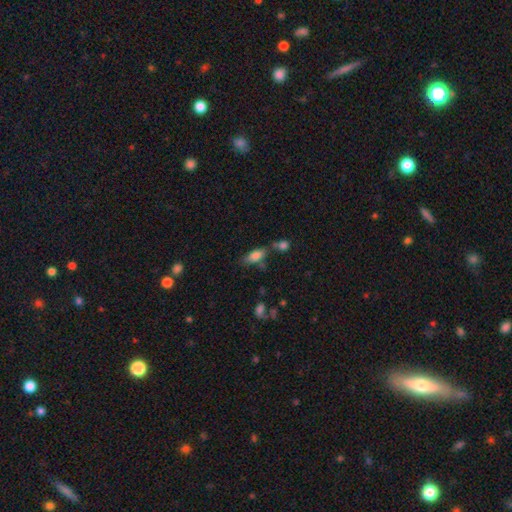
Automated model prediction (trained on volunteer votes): smooth-or-featured: smooth: 78% | featured or disk: 13% | star or artifact: 9%
  how-rounded: in between: 81% | cigar-shaped: 16% | round: 3%
  merging: none: 54% | merger: 22% | minor disturbance: 17% | major disturbance: 7%